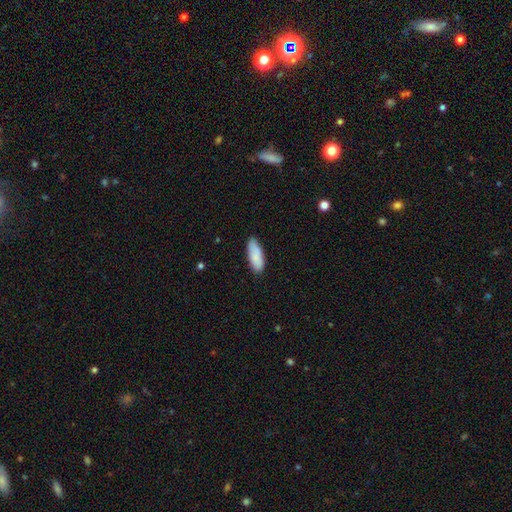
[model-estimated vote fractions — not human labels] Smooth or featured?
  - smooth: 88% *
  - featured or disk: 7%
  - star or artifact: 6%
How rounded?
  - in between: 73% *
  - cigar-shaped: 25%
  - round: 2%
Merging?
  - none: 86% *
  - minor disturbance: 11%
  - major disturbance: 2%
  - merger: 1%